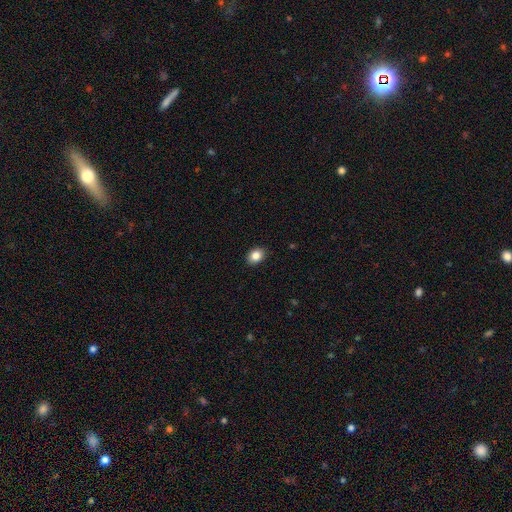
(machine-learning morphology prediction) This is clearly a smooth galaxy (86%). How rounded: likely in between (63%). Merging: clearly none (90%).